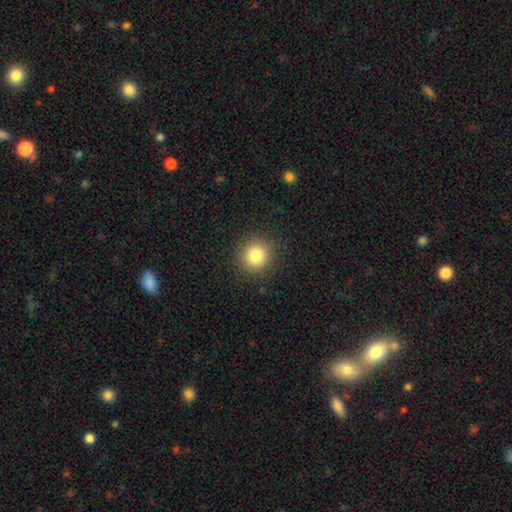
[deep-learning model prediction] The model was most divided on "smooth or featured": smooth: 83%, star or artifact: 11%, featured or disk: 6%. More confident: how rounded — round (91%); merging — none (90%).